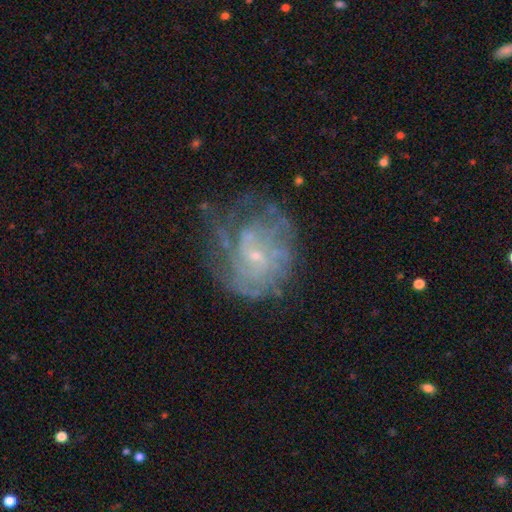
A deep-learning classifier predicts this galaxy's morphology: This appears to be a featured or disk galaxy (75%) with no bar (65%), tight (54%) spiral arms (77%) and a small central bulge (79%). Merging: none (52%).